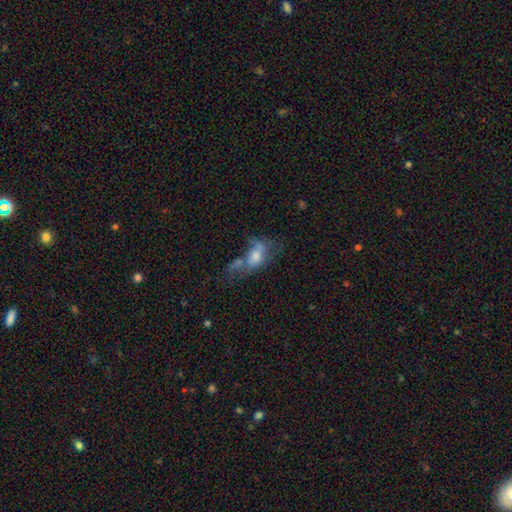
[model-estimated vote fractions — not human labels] A smooth galaxy with no disk features (47%). Merging: major disturbance (31%).